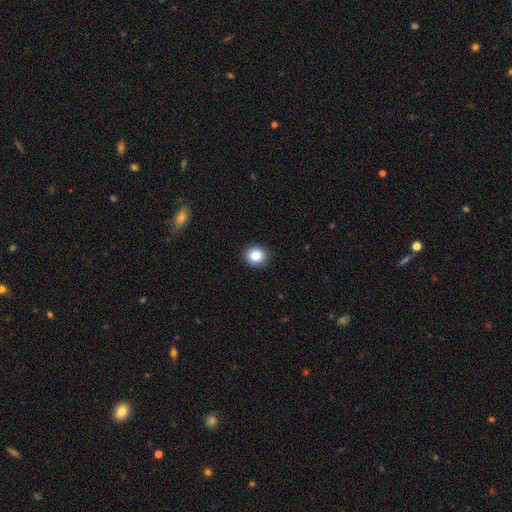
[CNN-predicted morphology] This appears to be a smooth galaxy with no disk features (85%) that is round (86%). Merging: none (91%).